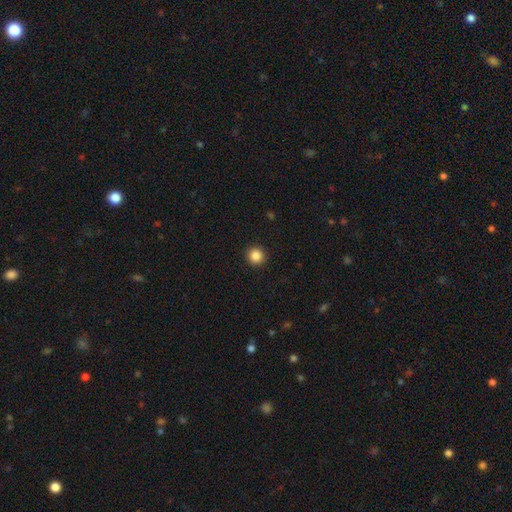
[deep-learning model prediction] Smooth or featured? Predicted: smooth (p=0.86). How rounded? Predicted: round (p=0.95). Merging? Predicted: none (p=0.93).